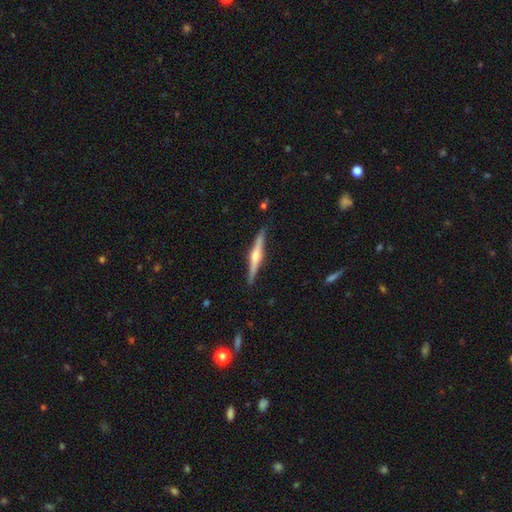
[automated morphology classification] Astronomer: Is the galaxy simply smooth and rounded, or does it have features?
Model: featured or disk — 73%.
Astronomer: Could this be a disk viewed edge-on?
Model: yes — 98%.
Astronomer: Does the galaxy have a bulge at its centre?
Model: rounded — 87%.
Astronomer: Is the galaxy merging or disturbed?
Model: none — 89%.